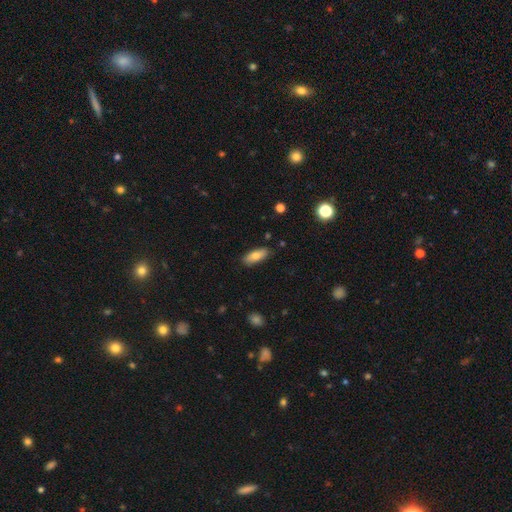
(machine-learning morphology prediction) Smooth or featured?
  - smooth: 80% *
  - featured or disk: 13%
  - star or artifact: 7%
How rounded?
  - in between: 75% *
  - cigar-shaped: 23%
  - round: 2%
Merging?
  - none: 83% *
  - minor disturbance: 13%
  - major disturbance: 2%
  - merger: 2%